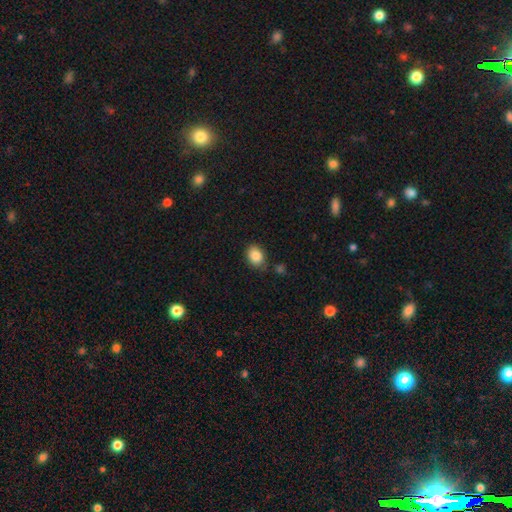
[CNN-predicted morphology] smooth_or_featured: smooth (p=0.86) [alt: star or artifact p=0.09]
how_rounded: in between (p=0.62) [alt: round p=0.37]
merging: none (p=0.80) [alt: minor disturbance p=0.13]